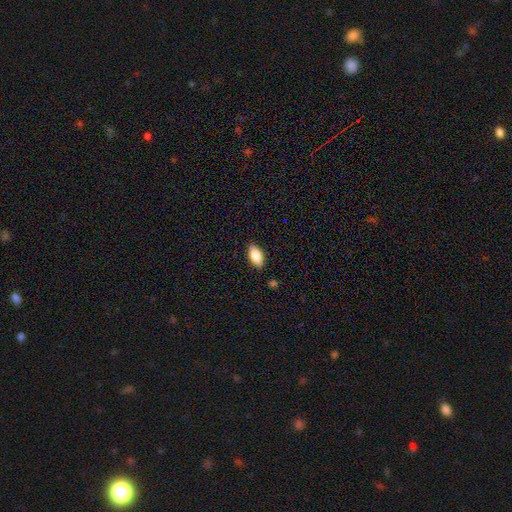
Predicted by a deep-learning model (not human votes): smooth 83%, featured or disk 10%, star or artifact 7%. Down the decision tree: how rounded — in between (91%); merging — none (88%).